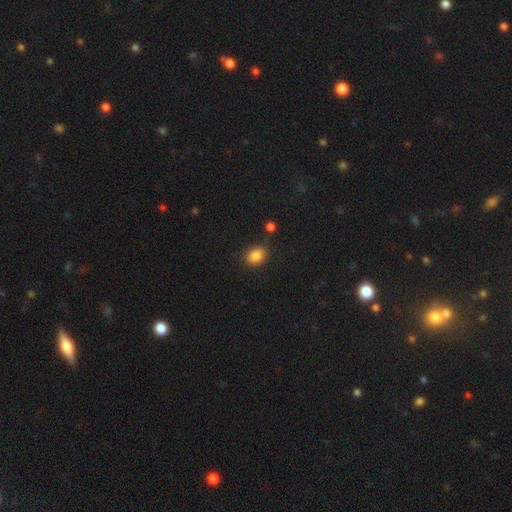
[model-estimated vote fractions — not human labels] smooth_or_featured: smooth (p=0.86) [alt: star or artifact p=0.10]
how_rounded: in between (p=0.58) [alt: round p=0.40]
merging: none (p=0.79) [alt: minor disturbance p=0.13]